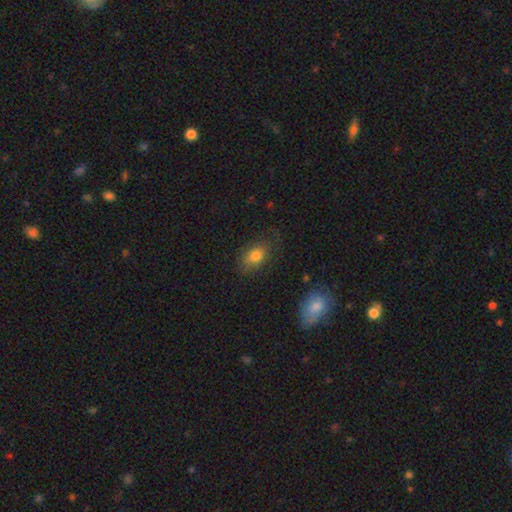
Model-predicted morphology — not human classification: This appears to be a smooth galaxy with no disk features (78%) that is in between round and cigar-shaped (80%). Merging: none (72%).